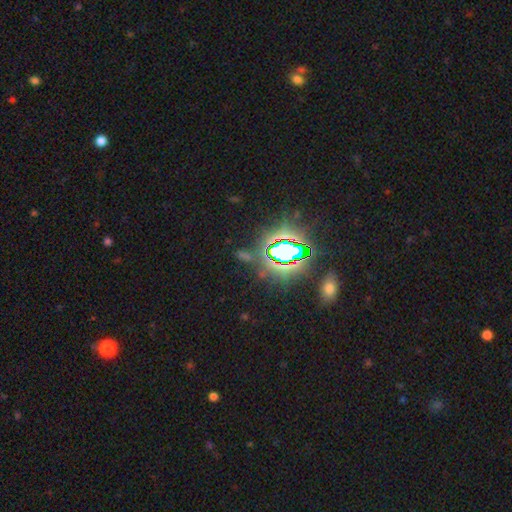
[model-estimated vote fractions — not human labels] smooth-or-featured: star or artifact: 83% | smooth: 10% | featured or disk: 7%